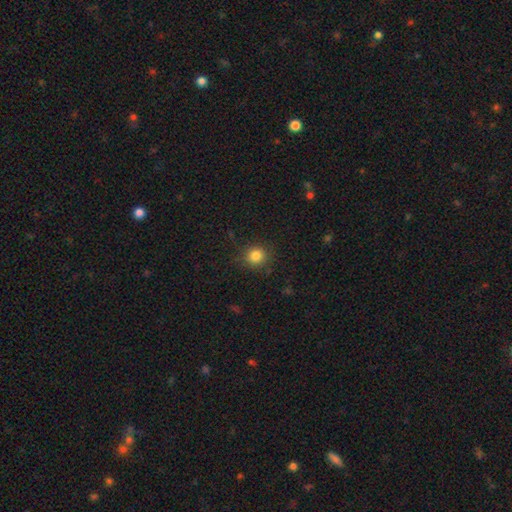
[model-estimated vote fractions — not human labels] A smooth galaxy with no disk features (83%) that is round (90%). Merging: none (88%).